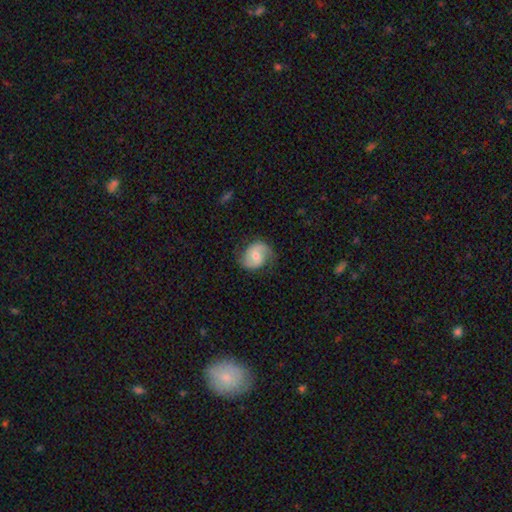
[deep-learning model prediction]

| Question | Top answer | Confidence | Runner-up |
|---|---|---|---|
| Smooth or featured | featured or disk | 63% | smooth (30%) |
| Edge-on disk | no | 98% | yes (2%) |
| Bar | no | 51% | weak (40%) |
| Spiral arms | yes | 89% | no (11%) |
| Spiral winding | medium | 45% | loose (30%) |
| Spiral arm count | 2 | 83% | can't tell (7%) |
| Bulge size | moderate | 63% | small (31%) |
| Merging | none | 71% | minor disturbance (21%) |